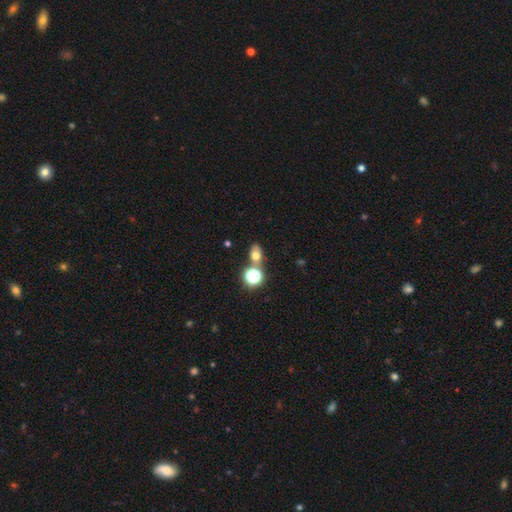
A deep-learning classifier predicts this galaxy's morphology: Overall: smooth (65%). How rounded: in between (64%; round 33%). Merging: none (64%).